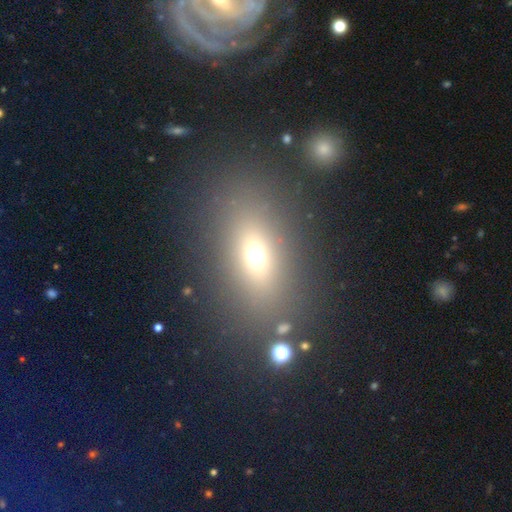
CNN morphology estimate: Q: Smooth or featured?
A: smooth (62%); runner-up: star or artifact (20%)
Q: How rounded?
A: in between (69%); runner-up: round (21%)
Q: Merging?
A: none (81%); runner-up: minor disturbance (9%)